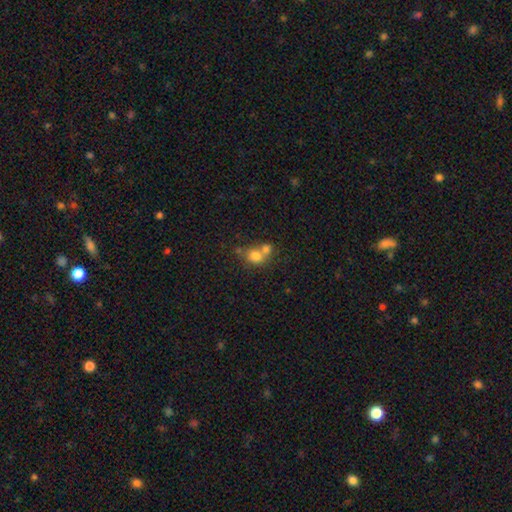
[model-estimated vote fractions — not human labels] The model was most divided on "merging": merger: 56%, none: 33%, minor disturbance: 7%, major disturbance: 4%. More confident: smooth or featured — smooth (76%); how rounded — round (68%).